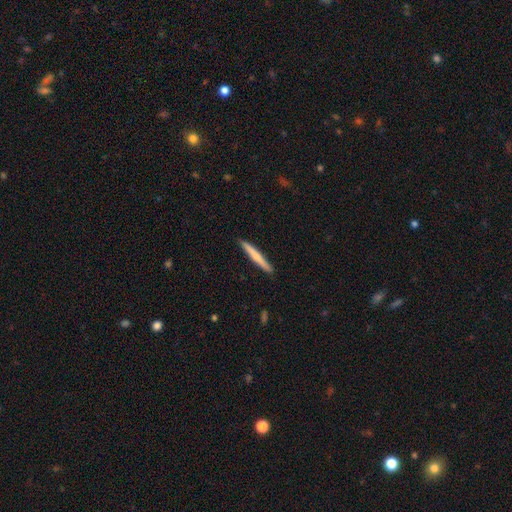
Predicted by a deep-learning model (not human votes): smooth-or-featured: smooth: 56% | featured or disk: 38% | star or artifact: 5%
  how-rounded: cigar-shaped: 96% | in between: 3% | round: 1%
  merging: none: 91% | minor disturbance: 6% | major disturbance: 1% | merger: 1%